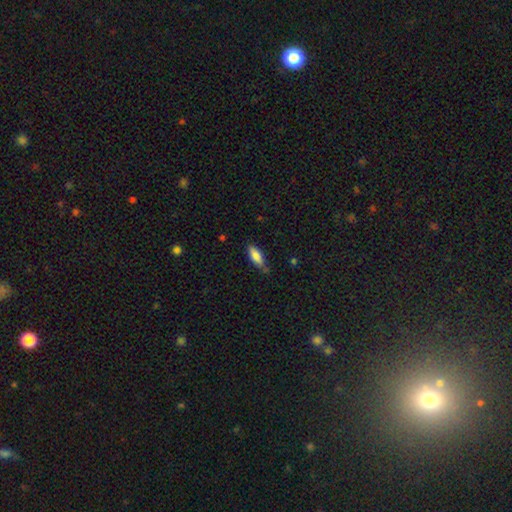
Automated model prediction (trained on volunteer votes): Q: Smooth or featured?
A: smooth (83%); runner-up: featured or disk (11%)
Q: How rounded?
A: in between (71%); runner-up: cigar-shaped (27%)
Q: Merging?
A: none (69%); runner-up: minor disturbance (24%)